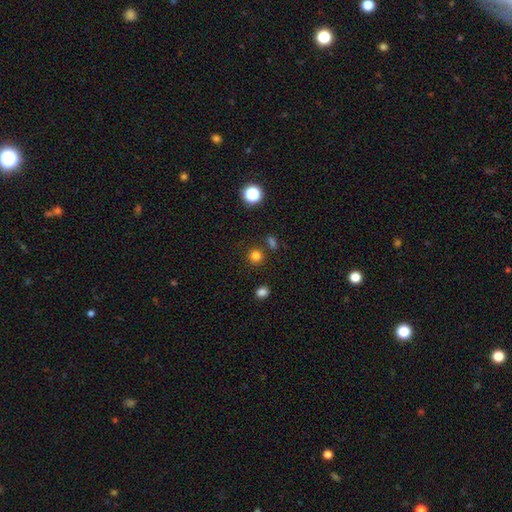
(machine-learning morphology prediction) Smooth or featured? Predicted: smooth (p=0.79). How rounded? Predicted: round (p=0.91). Merging? Predicted: none (p=0.82).